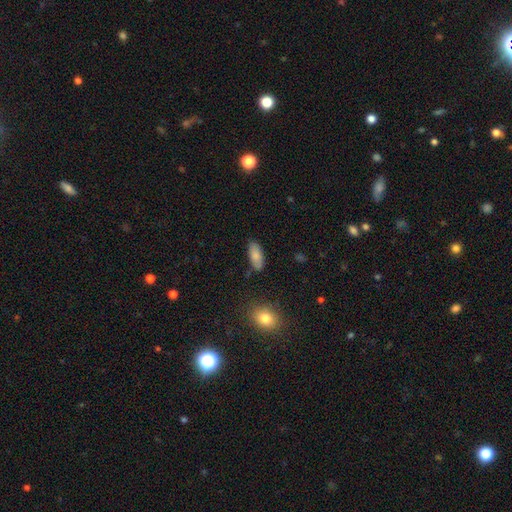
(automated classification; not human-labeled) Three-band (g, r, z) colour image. It shows a smooth galaxy with no disk features (82%) that is in between round and cigar-shaped (83%). Merging: none (79%).